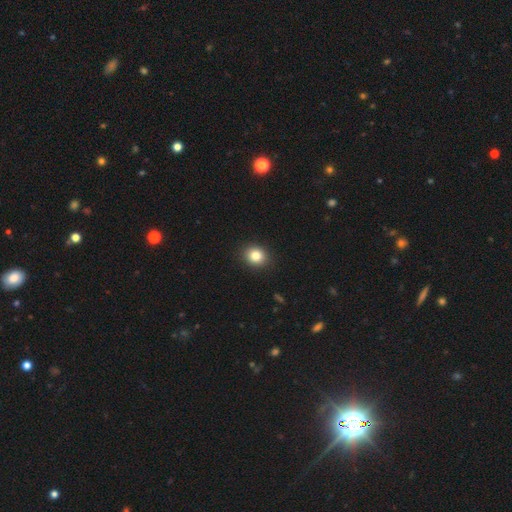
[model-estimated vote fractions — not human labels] smooth-or-featured: smooth: 83% | star or artifact: 11% | featured or disk: 7%
  how-rounded: round: 72% | in between: 28% | cigar-shaped: 1%
  merging: none: 91% | minor disturbance: 6% | major disturbance: 2% | merger: 1%